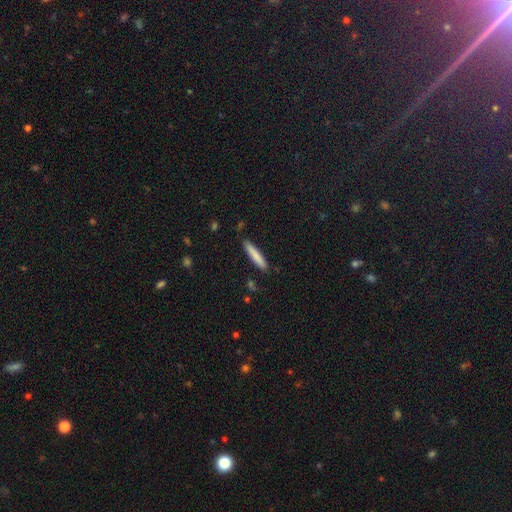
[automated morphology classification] Smooth or featured? smooth (79%)
How rounded? cigar-shaped (92%)
Merging? none (87%)